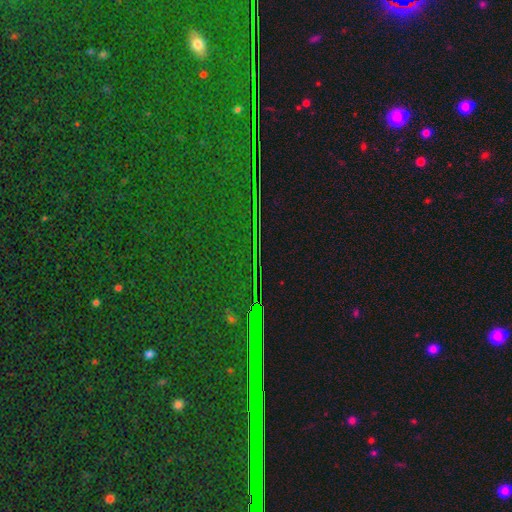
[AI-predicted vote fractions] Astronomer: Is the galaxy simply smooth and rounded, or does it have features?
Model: star or artifact — 84%.